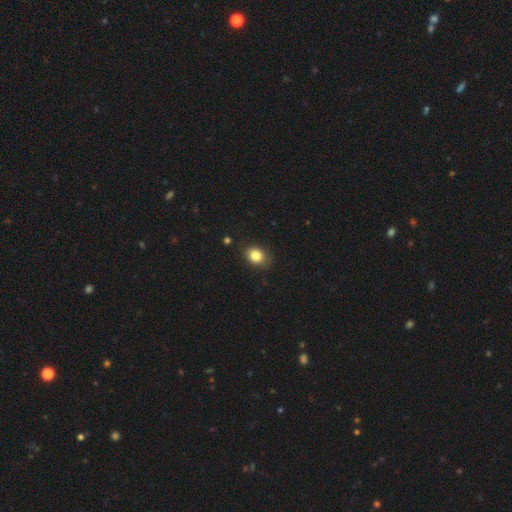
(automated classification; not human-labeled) Smooth or featured?
  - smooth: 83% *
  - star or artifact: 10%
  - featured or disk: 7%
How rounded?
  - round: 51% *
  - in between: 48%
  - cigar-shaped: 1%
Merging?
  - none: 80% *
  - minor disturbance: 15%
  - major disturbance: 3%
  - merger: 1%